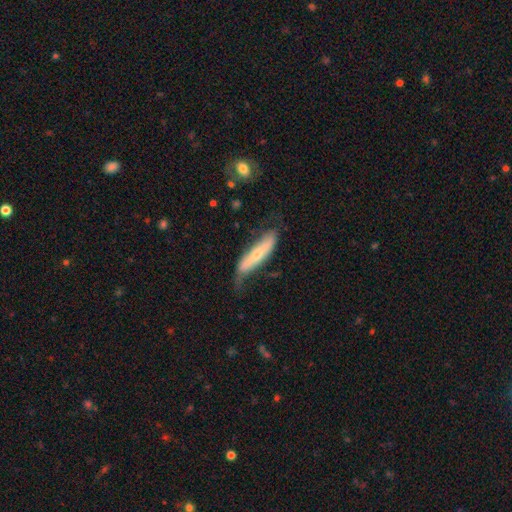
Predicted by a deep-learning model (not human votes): Smooth or featured?
  - featured or disk: 54% *
  - smooth: 40%
  - star or artifact: 6%
Edge-on disk?
  - yes: 52% *
  - no: 48%
Merging?
  - none: 48% *
  - minor disturbance: 32%
  - major disturbance: 17%
  - merger: 3%